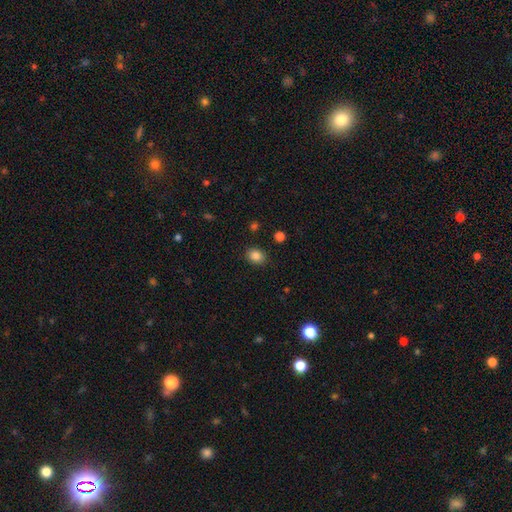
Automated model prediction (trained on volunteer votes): smooth_or_featured: smooth (p=0.85) [alt: star or artifact p=0.10]
how_rounded: in between (p=0.56) [alt: round p=0.43]
merging: none (p=0.87) [alt: minor disturbance p=0.09]